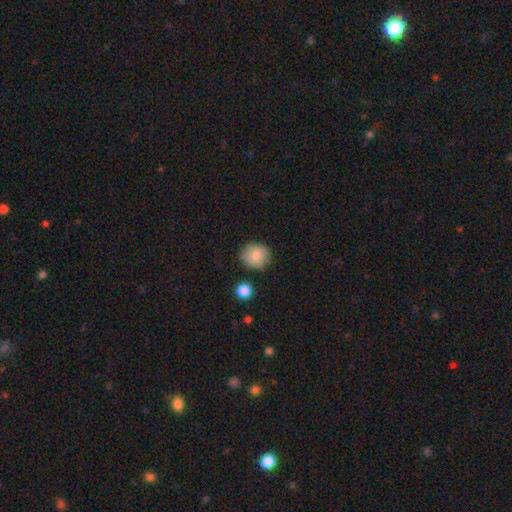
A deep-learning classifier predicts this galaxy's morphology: type=smooth (82%); roundness=round (81%); merging=none (82%).